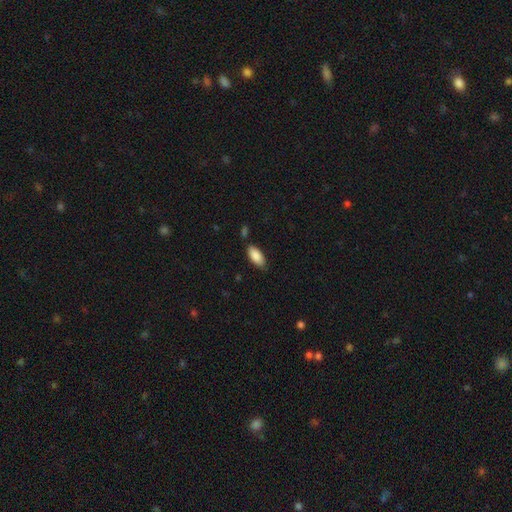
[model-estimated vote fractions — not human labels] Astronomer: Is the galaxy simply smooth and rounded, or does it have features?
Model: smooth — 87%.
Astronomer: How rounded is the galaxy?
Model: in between — 90%.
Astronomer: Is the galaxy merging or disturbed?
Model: none — 79%.